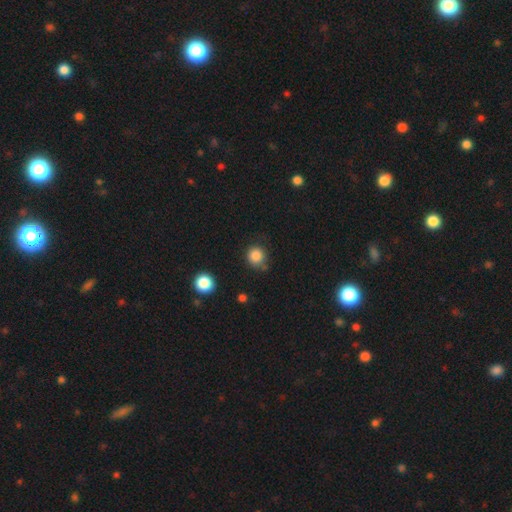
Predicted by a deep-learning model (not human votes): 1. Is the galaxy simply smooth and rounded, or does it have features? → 85% smooth, 11% star or artifact, 4% featured or disk.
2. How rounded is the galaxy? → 91% round, 8% in between, 1% cigar-shaped.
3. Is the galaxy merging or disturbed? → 76% none, 15% minor disturbance, 5% merger, 4% major disturbance.